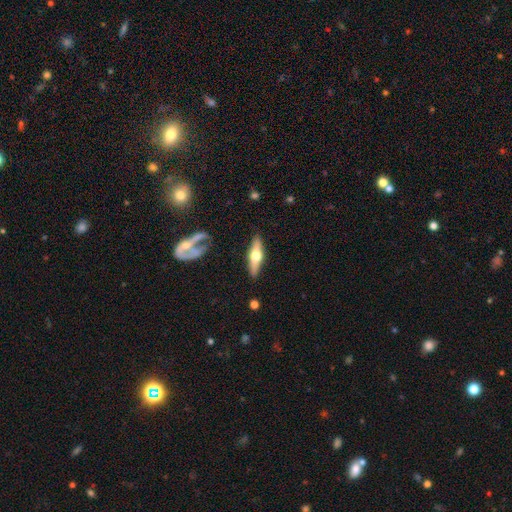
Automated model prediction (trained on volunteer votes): This appears to be a featured or disk galaxy (58%) viewed edge-on (91%) with a rounded central bulge (95%). Merging: none (86%).